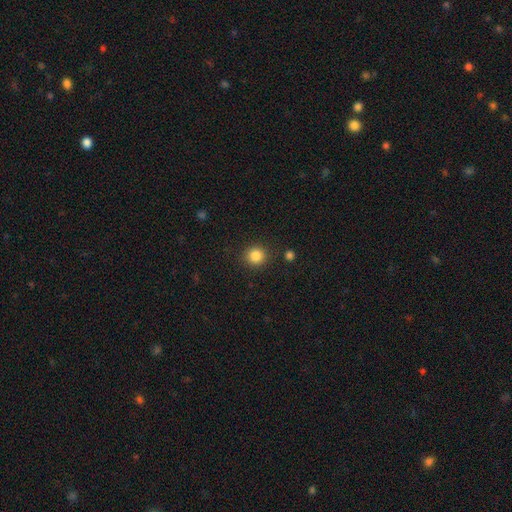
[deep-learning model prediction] Smooth or featured?
  - smooth: 85% *
  - star or artifact: 11%
  - featured or disk: 4%
How rounded?
  - round: 92% *
  - in between: 7%
  - cigar-shaped: 1%
Merging?
  - none: 89% *
  - minor disturbance: 7%
  - major disturbance: 3%
  - merger: 2%